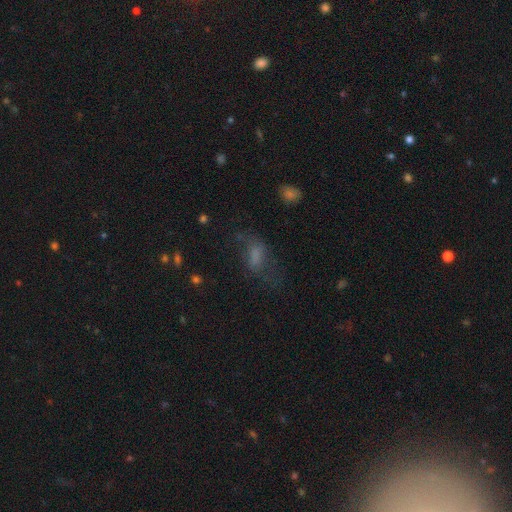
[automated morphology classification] A smooth galaxy with no disk features (53%) that is in between round and cigar-shaped (80%). Merging: none (41%).